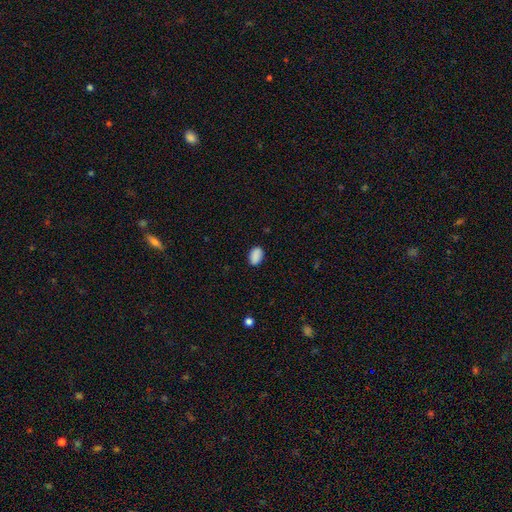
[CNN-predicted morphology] The model was most divided on "merging": none: 86%, minor disturbance: 11%, major disturbance: 2%, merger: 1%. More confident: smooth or featured — smooth (89%); how rounded — in between (87%).